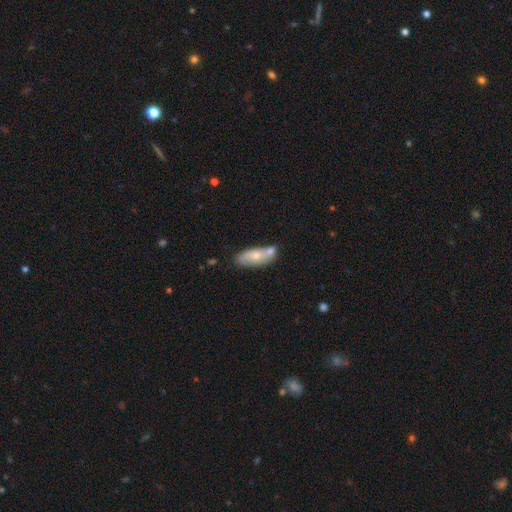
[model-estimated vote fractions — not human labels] A smooth galaxy with no disk features (64%) that is in between round and cigar-shaped (75%).

Vote fractions:
- Smooth or featured? smooth: 64% / featured or disk: 29% / star or artifact: 6%
- How rounded? in between: 75% / cigar-shaped: 22% / round: 3%
- Merging? none: 47% / merger: 30% / minor disturbance: 18% / major disturbance: 5%